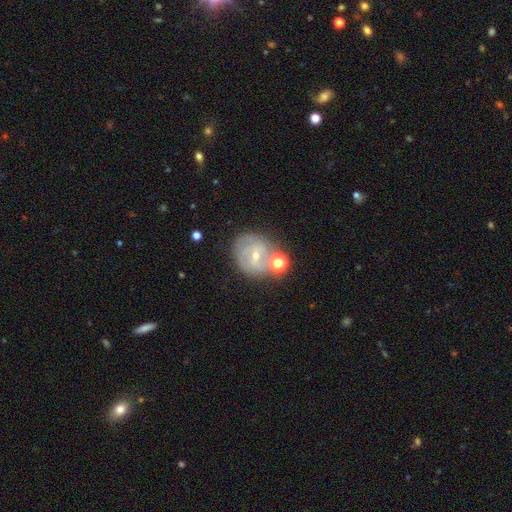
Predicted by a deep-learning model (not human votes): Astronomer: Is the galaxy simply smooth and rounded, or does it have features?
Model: featured or disk — 67%.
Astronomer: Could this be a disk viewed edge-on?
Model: no — 97%.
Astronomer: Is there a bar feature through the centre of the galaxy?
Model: weak — 47% (runner-up: no, 37%).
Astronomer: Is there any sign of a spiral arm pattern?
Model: yes — 77%.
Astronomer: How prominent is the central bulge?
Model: small — 68%.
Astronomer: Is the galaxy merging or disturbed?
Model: none — 55%.